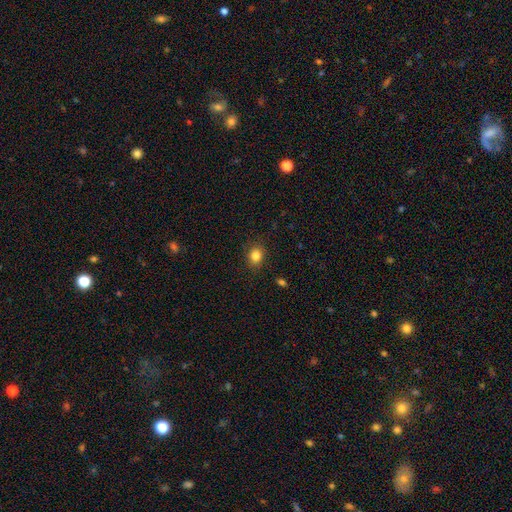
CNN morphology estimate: A smooth galaxy with no disk features (84%) that is round (60%). Merging: none (87%).